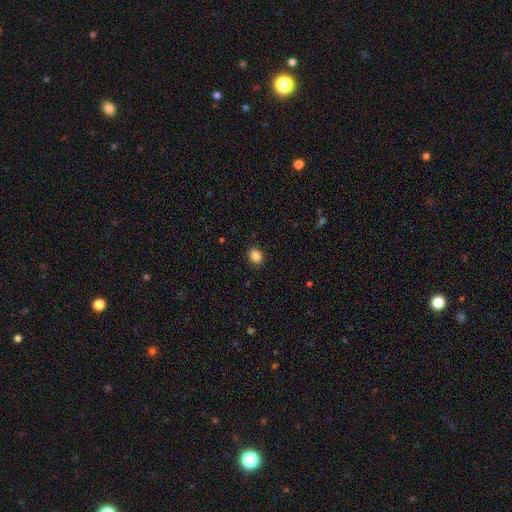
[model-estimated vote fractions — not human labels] smooth 86%, star or artifact 10%, featured or disk 4%. Down the decision tree: how rounded — in between (52%); merging — none (89%).